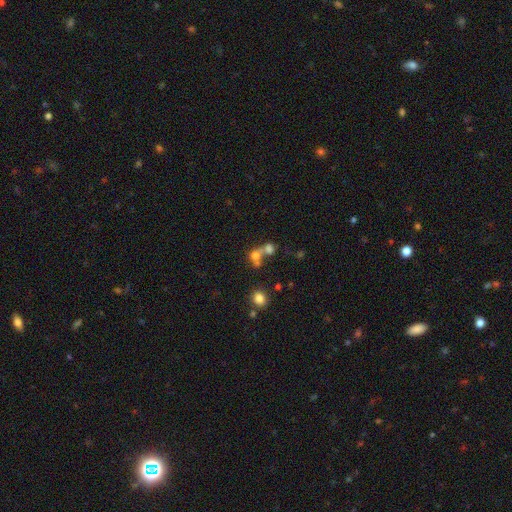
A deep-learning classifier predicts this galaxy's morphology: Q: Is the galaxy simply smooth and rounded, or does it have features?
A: smooth — 65%.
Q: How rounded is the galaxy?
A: round — 73%.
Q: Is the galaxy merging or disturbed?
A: merger — 56%.